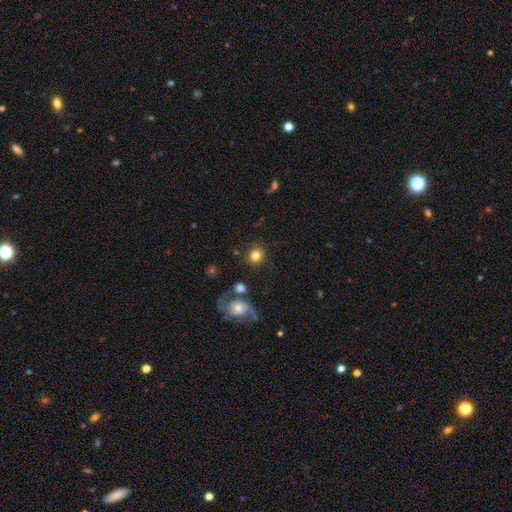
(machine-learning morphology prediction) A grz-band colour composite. It shows a smooth galaxy with no disk features (82%) that is round (85%). Merging: none (83%).